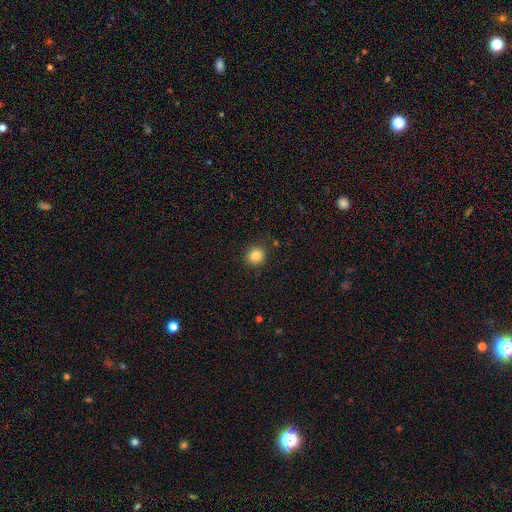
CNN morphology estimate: This appears to be a smooth galaxy with no disk features (84%) that is round (89%). Merging: none (89%).